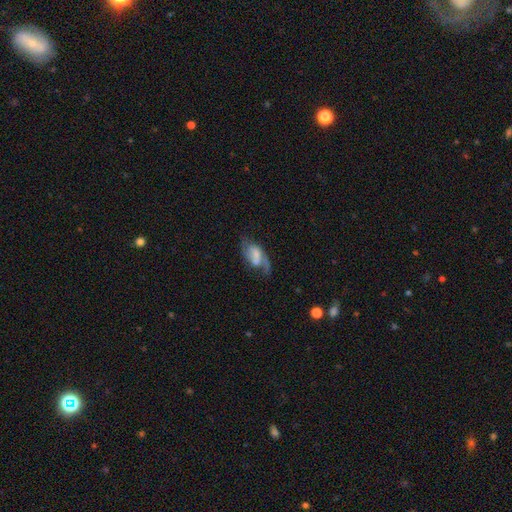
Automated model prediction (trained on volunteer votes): smooth_or_featured: featured or disk (p=0.62) [alt: smooth p=0.30]
disk_edge_on: no (p=0.95) [alt: yes p=0.05]
bar: weak (p=0.43) [alt: no p=0.36]
has_spiral_arms: yes (p=0.79) [alt: no p=0.21]
bulge_size: small (p=0.34) [alt: none p=0.30]
merging: none (p=0.40) [alt: major disturbance p=0.24]